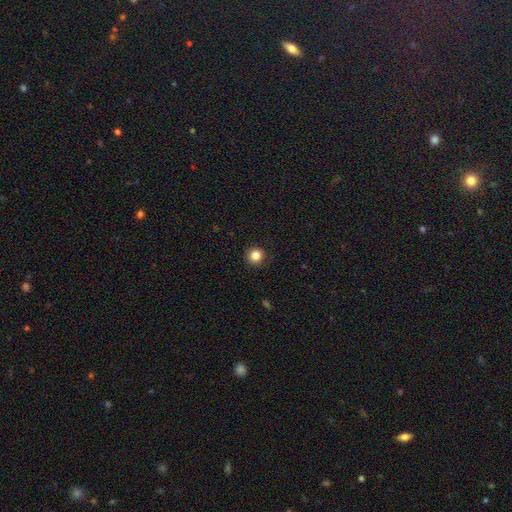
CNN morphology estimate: A smooth galaxy with no disk features (85%) that is round (93%). Merging: none (90%).